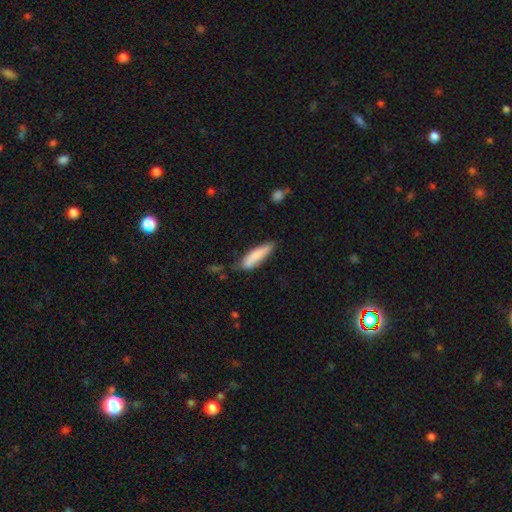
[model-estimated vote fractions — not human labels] This appears to be a smooth galaxy with no disk features (78%) that is cigar-shaped (67%). Merging: none (62%).